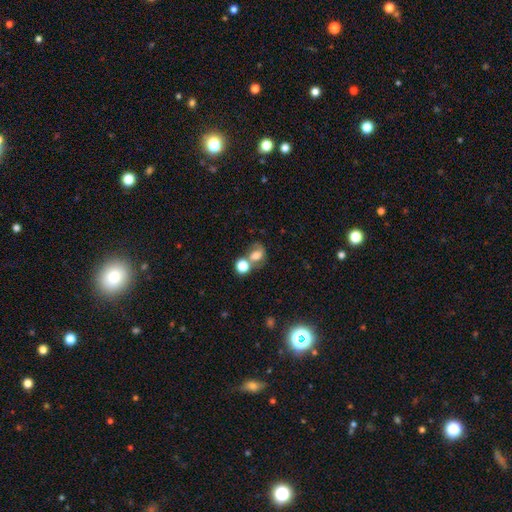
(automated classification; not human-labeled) smooth_or_featured: smooth (p=0.61) [alt: featured or disk p=0.25]
how_rounded: round (p=0.50) [alt: in between p=0.49]
merging: merger (p=0.43) [alt: none p=0.33]